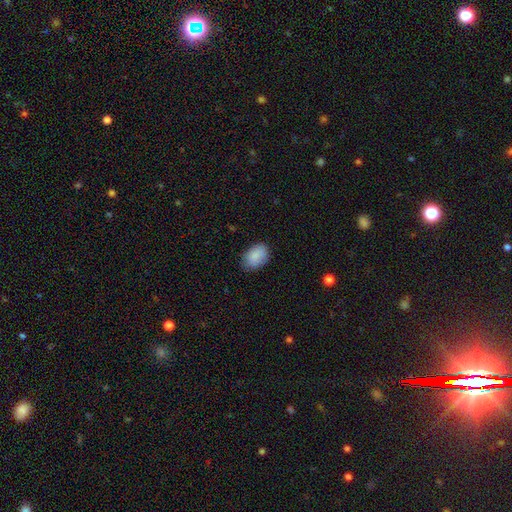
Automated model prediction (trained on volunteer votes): smooth-or-featured: smooth: 88% | star or artifact: 7% | featured or disk: 5%
  how-rounded: in between: 84% | round: 15% | cigar-shaped: 1%
  merging: none: 76% | minor disturbance: 19% | major disturbance: 3% | merger: 1%